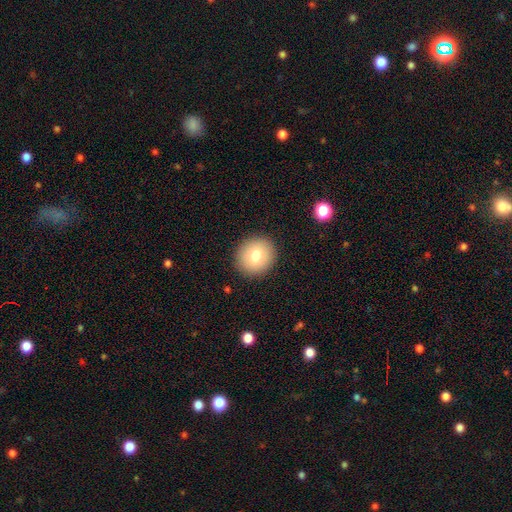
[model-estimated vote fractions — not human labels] Overall: smooth (78%). How rounded: round (85%). Merging: none (90%).